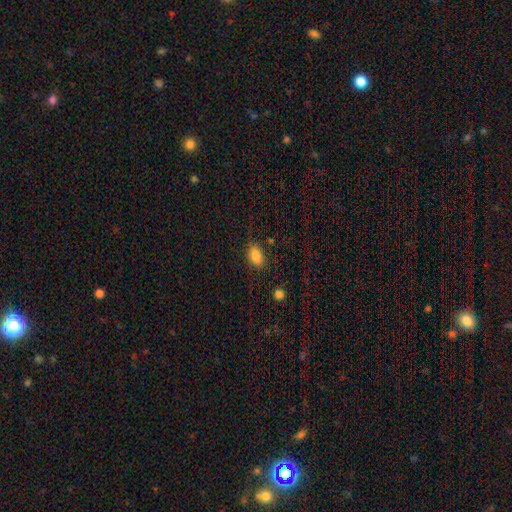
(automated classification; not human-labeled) This is clearly a smooth galaxy (85%). How rounded: clearly in between (81%). Merging: likely none (79%).